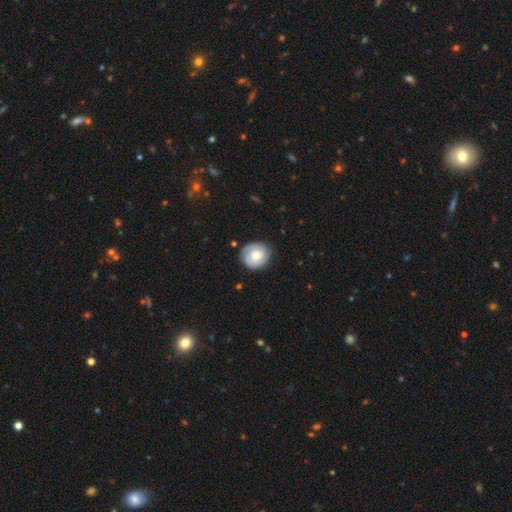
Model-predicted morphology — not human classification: smooth 49%, featured or disk 44%, star or artifact 7%. Down the decision tree: merging — none (82%).